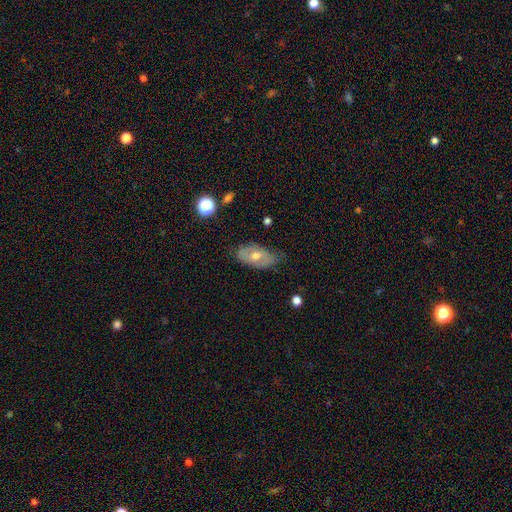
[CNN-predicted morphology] A featured or disk galaxy (54%).

Vote fractions:
- Smooth or featured? featured or disk: 54% / smooth: 38% / star or artifact: 8%
- Edge-on disk? no: 88% / yes: 12%
- Merging? none: 73% / minor disturbance: 21% / major disturbance: 4% / merger: 1%